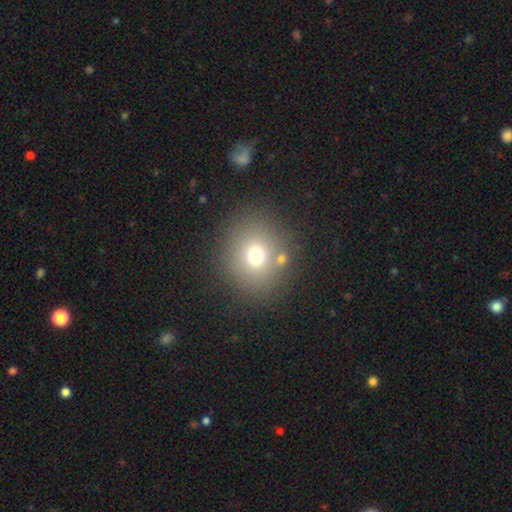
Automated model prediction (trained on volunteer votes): Morphology: type=smooth (69%); roundness=round (81%); merging=none (80%).